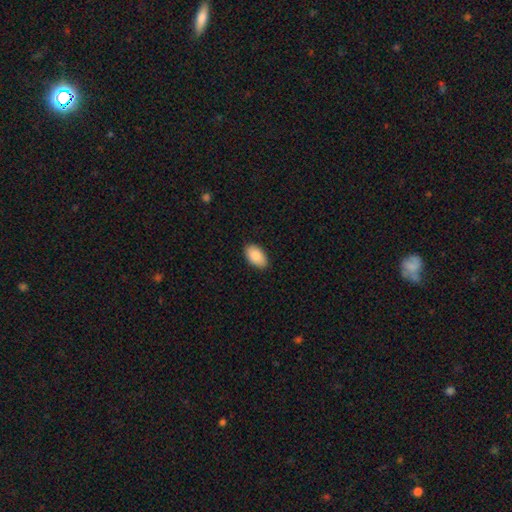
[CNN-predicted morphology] The model was most divided on "merging": none: 88%, minor disturbance: 9%, major disturbance: 2%, merger: 1%. More confident: how rounded — in between (95%); smooth or featured — smooth (89%).